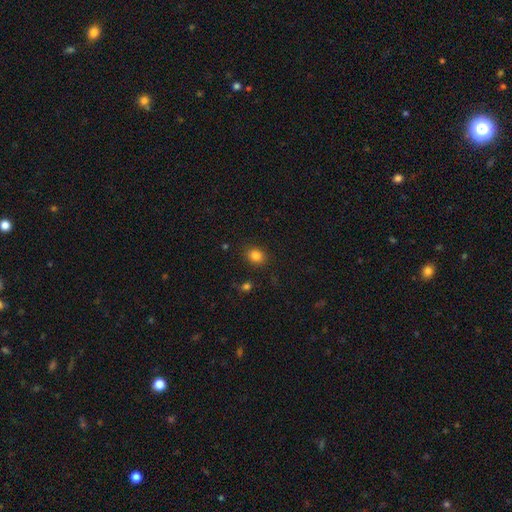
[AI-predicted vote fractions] Smooth or featured? Predicted: smooth (p=0.83). How rounded? Predicted: round (p=0.56). Merging? Predicted: none (p=0.86).